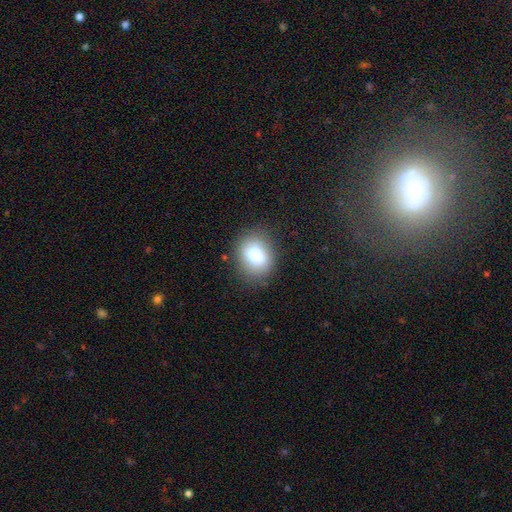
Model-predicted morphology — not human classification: This appears to be a smooth galaxy with no disk features (79%) that is round (50%). Merging: none (82%).